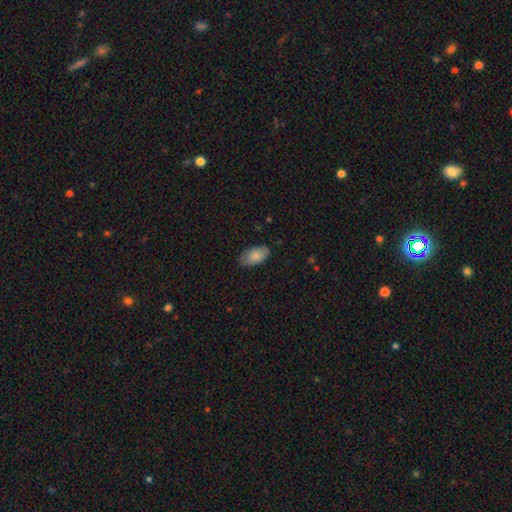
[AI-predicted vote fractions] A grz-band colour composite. It shows a smooth galaxy with no disk features (86%) that is in between round and cigar-shaped (95%). Merging: none (80%).